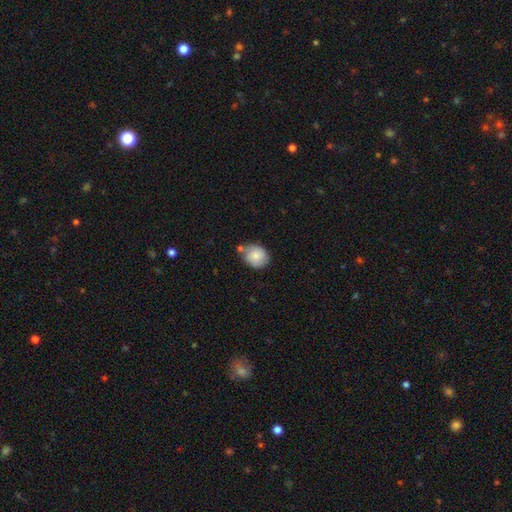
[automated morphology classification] Smooth or featured? smooth (83%)
How rounded? round (65%)
Merging? none (63%)